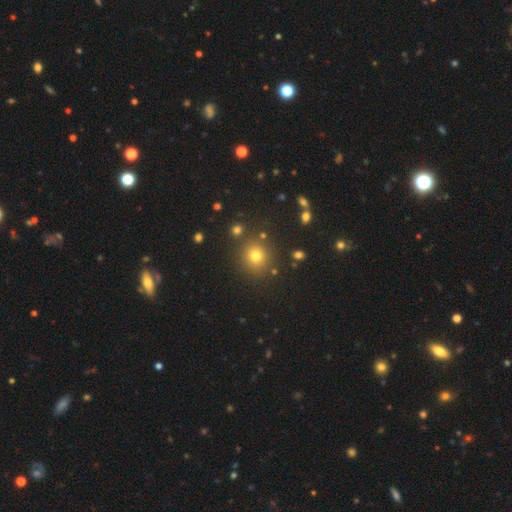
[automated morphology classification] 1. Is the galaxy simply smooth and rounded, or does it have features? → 75% smooth, 18% star or artifact, 7% featured or disk.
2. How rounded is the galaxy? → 90% round, 9% in between, 1% cigar-shaped.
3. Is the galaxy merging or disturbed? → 86% none, 7% minor disturbance, 4% merger, 3% major disturbance.